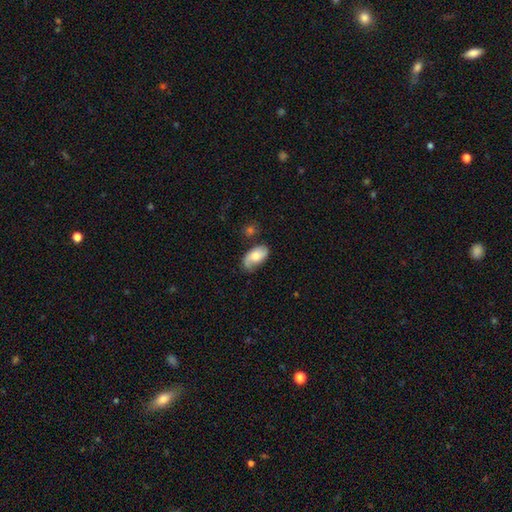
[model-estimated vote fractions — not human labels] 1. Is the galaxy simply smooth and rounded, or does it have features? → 51% smooth, 42% featured or disk, 7% star or artifact.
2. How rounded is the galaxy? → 92% in between, 5% round, 3% cigar-shaped.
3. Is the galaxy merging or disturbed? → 55% none, 29% minor disturbance, 10% major disturbance, 6% merger.